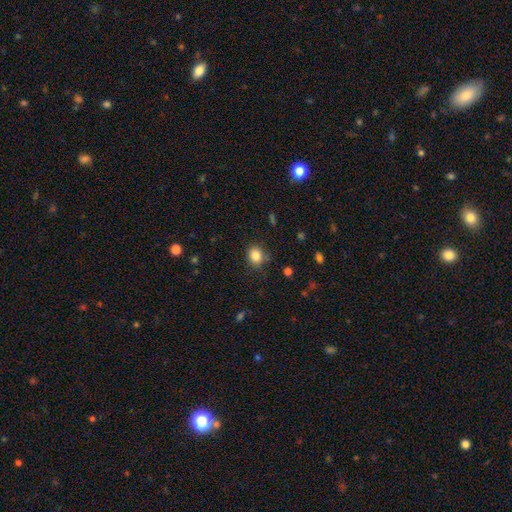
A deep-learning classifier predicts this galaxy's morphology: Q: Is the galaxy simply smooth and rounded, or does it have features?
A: smooth — 84%.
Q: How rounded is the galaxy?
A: round — 68%.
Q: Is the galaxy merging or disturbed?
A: none — 77%.